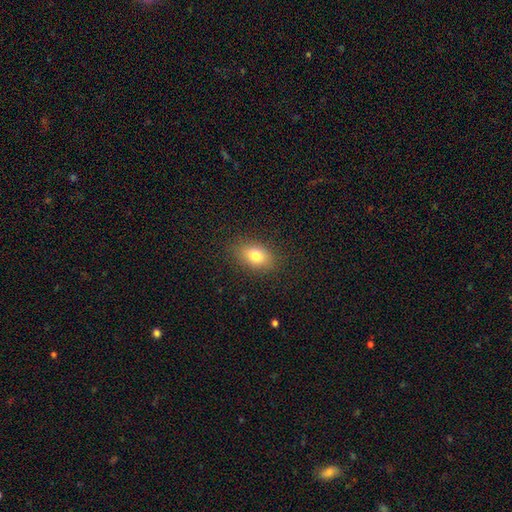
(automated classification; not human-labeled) smooth 77%, featured or disk 12%, star or artifact 10%. Down the decision tree: how rounded — in between (82%); merging — none (86%).